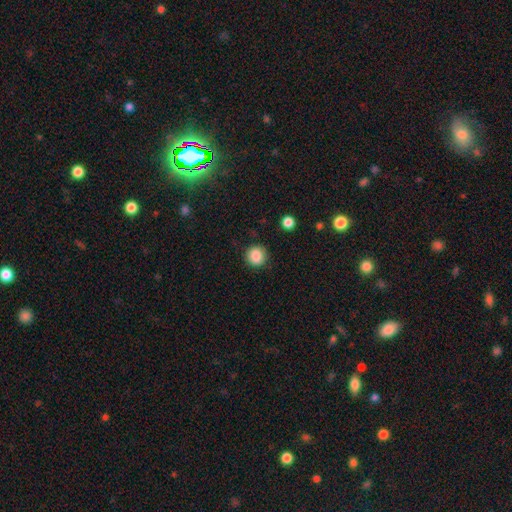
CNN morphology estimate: Smooth or featured? Predicted: smooth (p=0.86). How rounded? Predicted: round (p=0.88). Merging? Predicted: none (p=0.88).